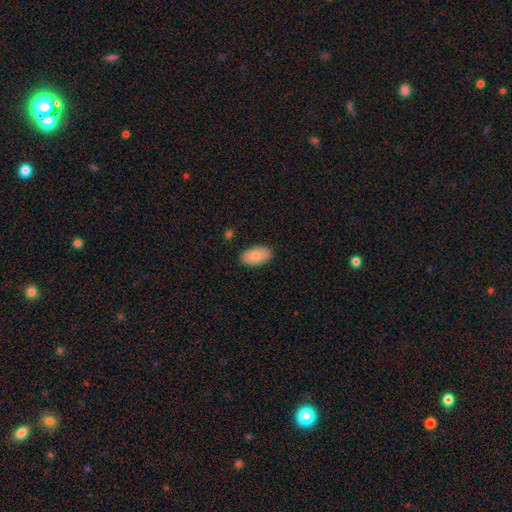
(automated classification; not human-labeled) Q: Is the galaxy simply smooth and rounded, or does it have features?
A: smooth — 83%.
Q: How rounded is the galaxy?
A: in between — 95%.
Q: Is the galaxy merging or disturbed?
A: none — 88%.